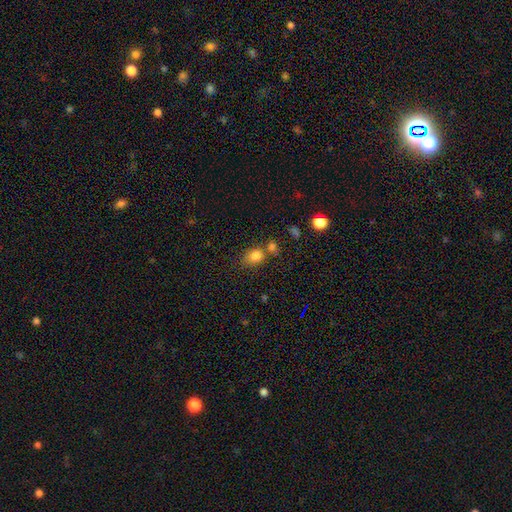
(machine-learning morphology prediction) A smooth galaxy with no disk features (80%) that is in between round and cigar-shaped (50%).

Vote fractions:
- Smooth or featured? smooth: 80% / star or artifact: 12% / featured or disk: 8%
- How rounded? in between: 50% / round: 48% / cigar-shaped: 1%
- Merging? none: 52% / merger: 25% / minor disturbance: 17% / major disturbance: 6%